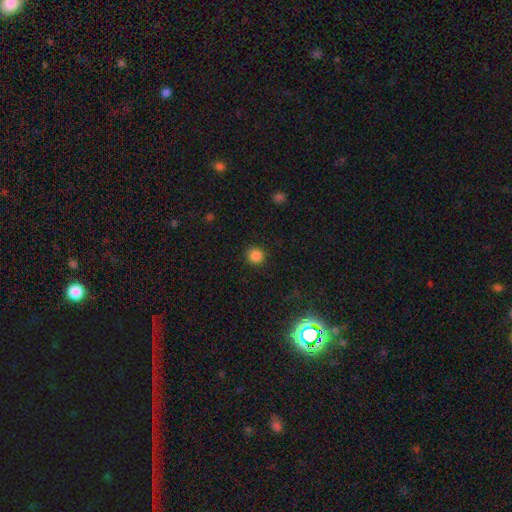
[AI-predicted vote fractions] Smooth or featured: smooth — 85% (star or artifact — 13%)
How rounded: round — 93% (in between — 6%)
Merging: none — 90% (minor disturbance — 6%)